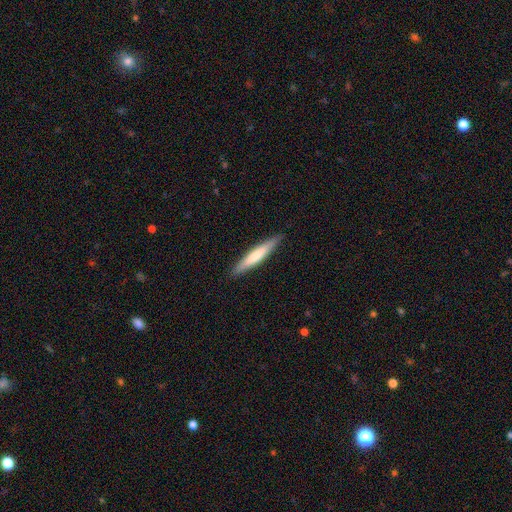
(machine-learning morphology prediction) smooth_or_featured: smooth (p=0.64) [alt: featured or disk p=0.31]
how_rounded: cigar-shaped (p=0.93) [alt: in between p=0.06]
merging: none (p=0.90) [alt: minor disturbance p=0.08]